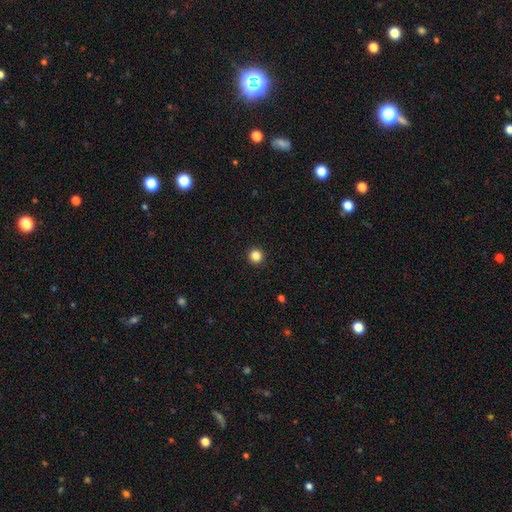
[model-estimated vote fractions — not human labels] This appears to be a smooth galaxy with no disk features (85%) that is round (95%). Merging: none (93%).